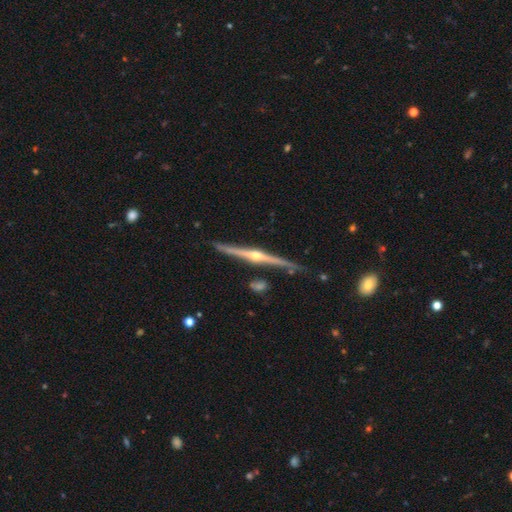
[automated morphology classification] Smooth or featured: featured or disk — 87% (smooth — 8%)
Edge-on disk: yes — 98% (no — 2%)
Edge-on bulge: rounded — 89% (none — 6%)
Merging: none — 86% (minor disturbance — 10%)